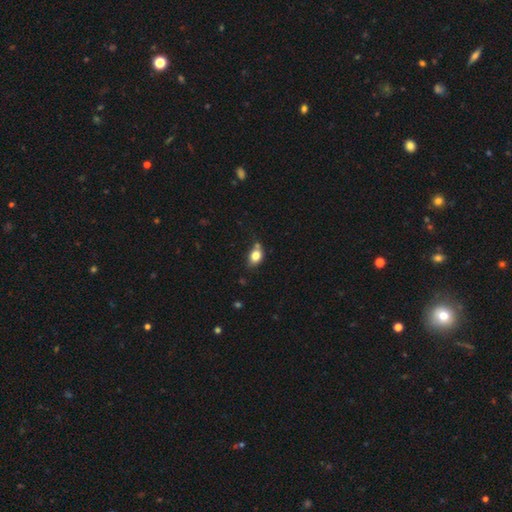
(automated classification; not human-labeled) This appears to be a smooth galaxy with no disk features (79%) that is in between round and cigar-shaped (71%). Merging: none (57%).